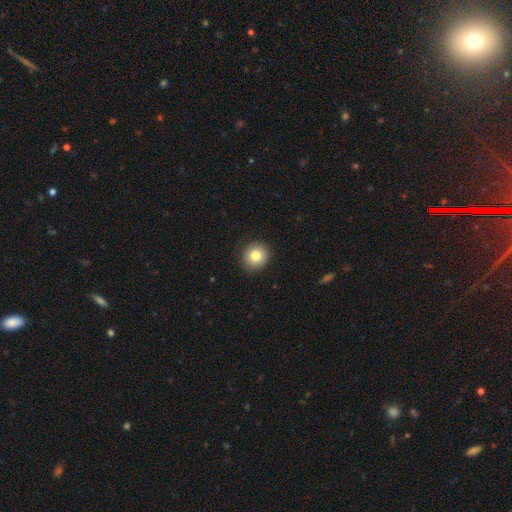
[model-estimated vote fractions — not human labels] The model was most divided on "smooth or featured": smooth: 82%, star or artifact: 10%, featured or disk: 8%. More confident: how rounded — round (90%); merging — none (89%).